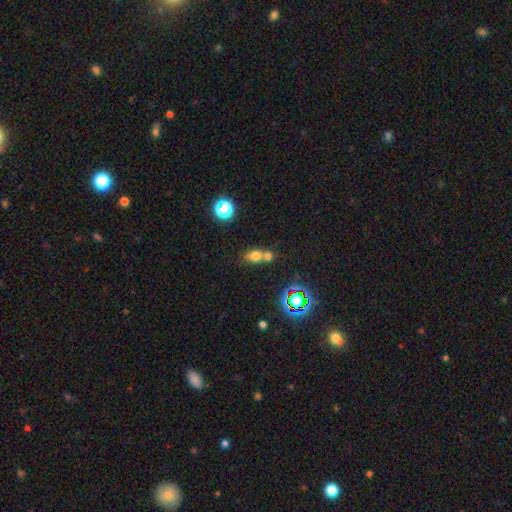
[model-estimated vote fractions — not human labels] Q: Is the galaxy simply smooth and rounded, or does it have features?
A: smooth — 69%.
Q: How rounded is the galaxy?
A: in between — 51%.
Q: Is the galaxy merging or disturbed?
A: merger — 51%.